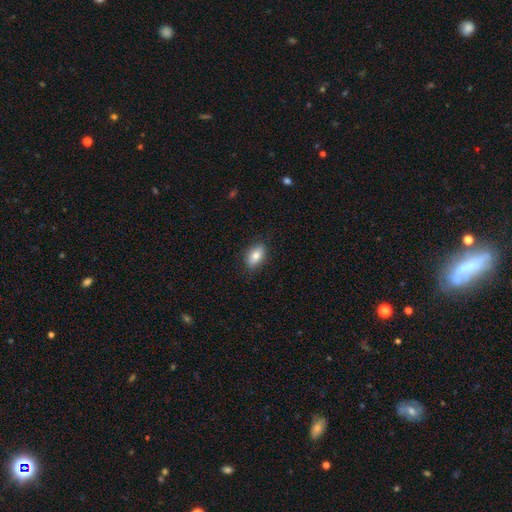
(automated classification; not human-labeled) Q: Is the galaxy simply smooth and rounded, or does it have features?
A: smooth — 80%.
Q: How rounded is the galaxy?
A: in between — 88%.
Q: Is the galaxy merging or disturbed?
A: none — 85%.